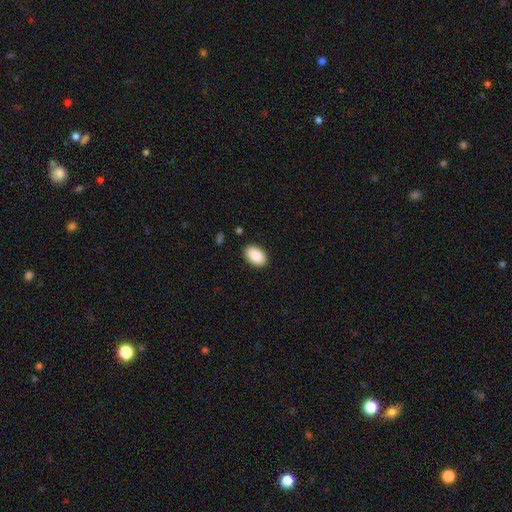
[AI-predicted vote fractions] Smooth or featured? smooth (89%)
How rounded? in between (92%)
Merging? none (89%)